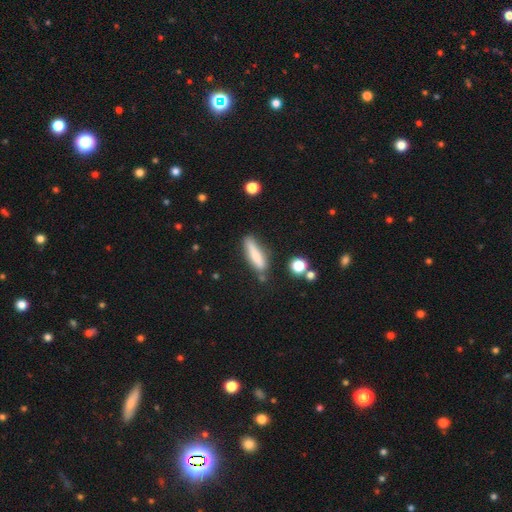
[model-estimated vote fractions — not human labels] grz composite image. It shows a smooth galaxy with no disk features (74%) that is cigar-shaped (74%). Merging: none (71%).